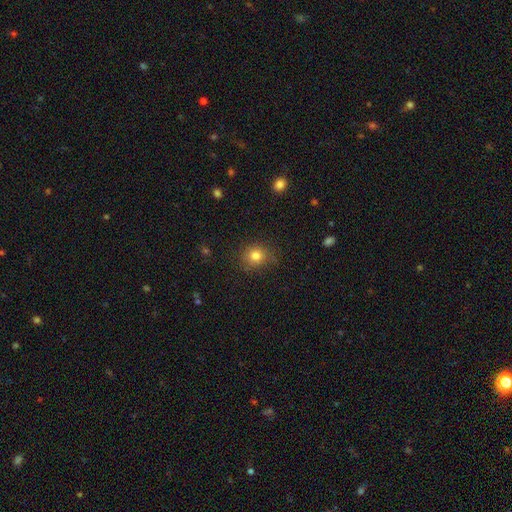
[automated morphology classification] Smooth or featured?
  - smooth: 80% *
  - star or artifact: 13%
  - featured or disk: 7%
How rounded?
  - round: 81% *
  - in between: 18%
  - cigar-shaped: 1%
Merging?
  - none: 81% *
  - minor disturbance: 14%
  - major disturbance: 4%
  - merger: 1%